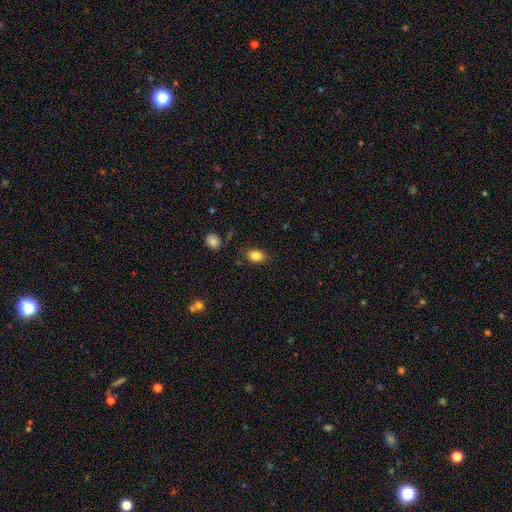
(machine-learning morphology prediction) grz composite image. It shows a smooth galaxy with no disk features (85%) that is in between round and cigar-shaped (81%). Merging: none (81%).